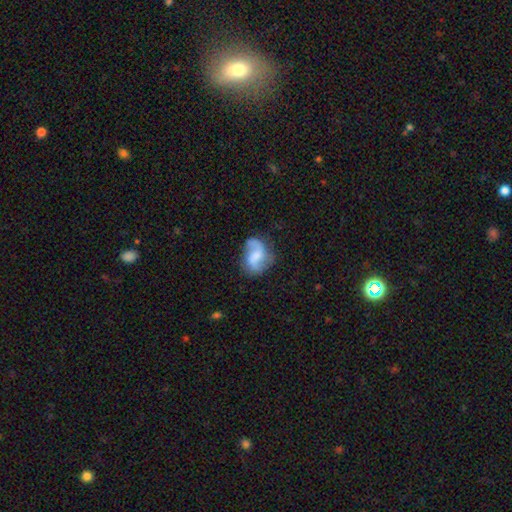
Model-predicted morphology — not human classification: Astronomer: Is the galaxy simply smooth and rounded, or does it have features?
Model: featured or disk — 72%.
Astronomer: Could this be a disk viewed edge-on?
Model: no — 98%.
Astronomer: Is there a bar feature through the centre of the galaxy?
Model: weak — 51% (runner-up: no, 31%).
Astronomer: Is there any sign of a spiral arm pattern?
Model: yes — 93%.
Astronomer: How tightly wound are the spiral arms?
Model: loose — 59%.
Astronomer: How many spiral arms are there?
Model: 2 — 88%.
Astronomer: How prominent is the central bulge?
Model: moderate — 32% (runner-up: small, 31%).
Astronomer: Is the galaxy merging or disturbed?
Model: none — 67%.